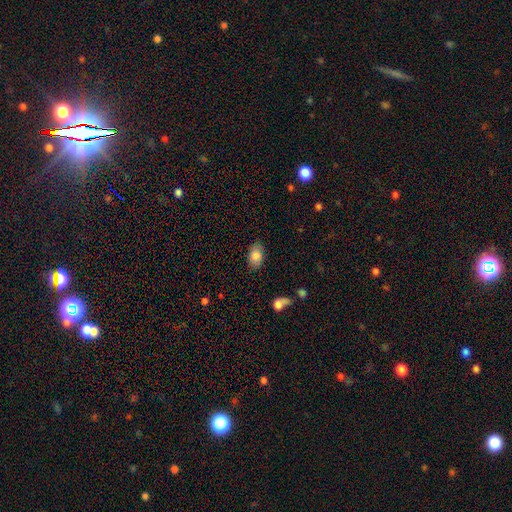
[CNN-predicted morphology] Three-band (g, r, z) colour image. It shows a smooth galaxy with no disk features (81%) that is in between round and cigar-shaped (89%). Merging: none (82%).